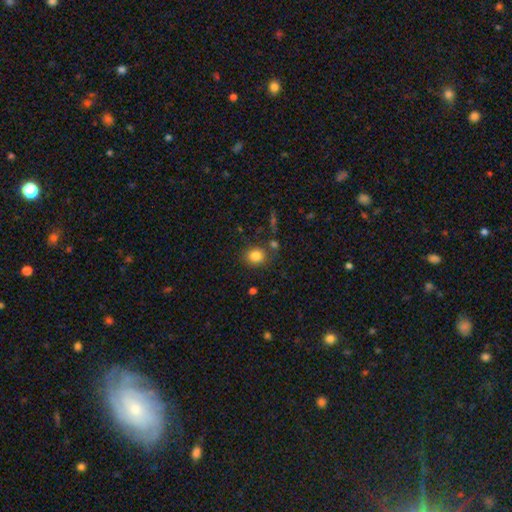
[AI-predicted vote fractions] smooth 83%, star or artifact 10%, featured or disk 7%. Down the decision tree: how rounded — round (67%); merging — none (76%).